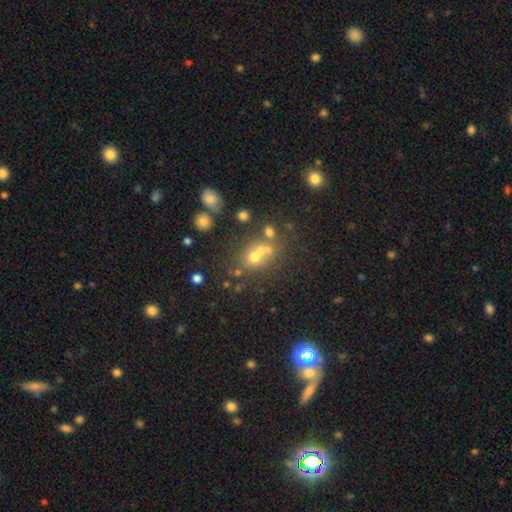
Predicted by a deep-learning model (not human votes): Smooth or featured? Predicted: smooth (p=0.55). How rounded? Predicted: round (p=0.72). Merging? Predicted: none (p=0.45).